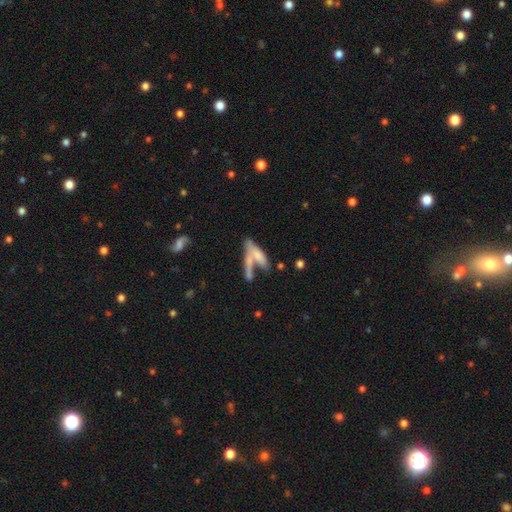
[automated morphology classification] Smooth or featured? smooth (66%)
How rounded? cigar-shaped (61%)
Merging? merger (50%)